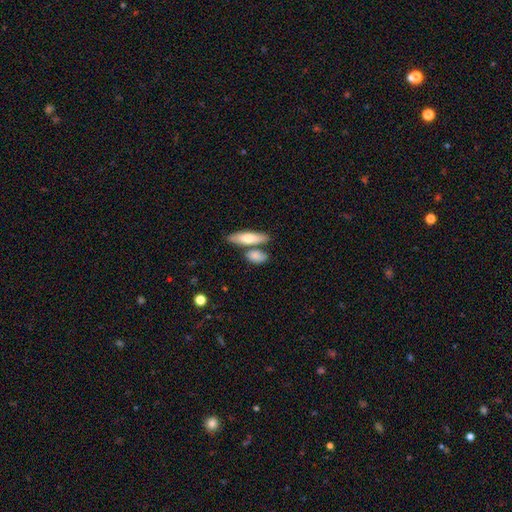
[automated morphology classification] Overall: smooth (75%). How rounded: in between (61%; cigar-shaped 30%). Merging: none (60%; merger 24%).